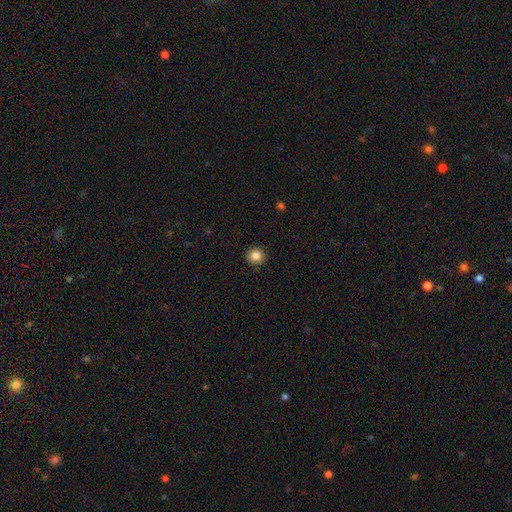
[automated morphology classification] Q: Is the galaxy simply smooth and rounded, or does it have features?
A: smooth — 85%.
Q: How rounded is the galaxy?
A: round — 91%.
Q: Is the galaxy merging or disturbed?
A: none — 92%.